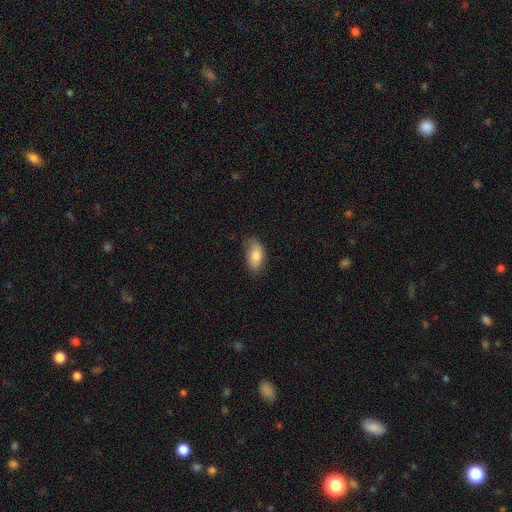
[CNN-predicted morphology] A smooth galaxy with no disk features (81%) that is in between round and cigar-shaped (92%). Merging: none (67%).